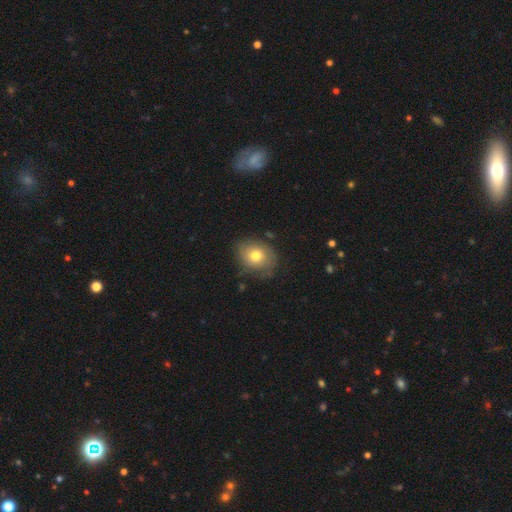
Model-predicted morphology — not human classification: smooth-or-featured: smooth: 73% | featured or disk: 18% | star or artifact: 9%
  how-rounded: round: 54% | in between: 45% | cigar-shaped: 1%
  merging: none: 75% | minor disturbance: 18% | major disturbance: 5% | merger: 2%